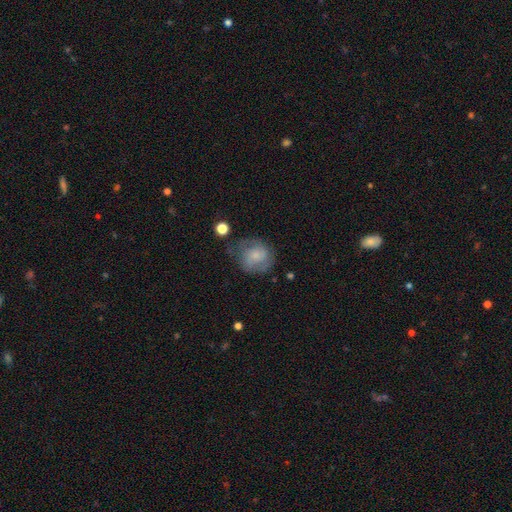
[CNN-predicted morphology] Smooth or featured: smooth — 55% (featured or disk — 37%)
How rounded: round — 78% (in between — 21%)
Merging: none — 55% (minor disturbance — 26%)